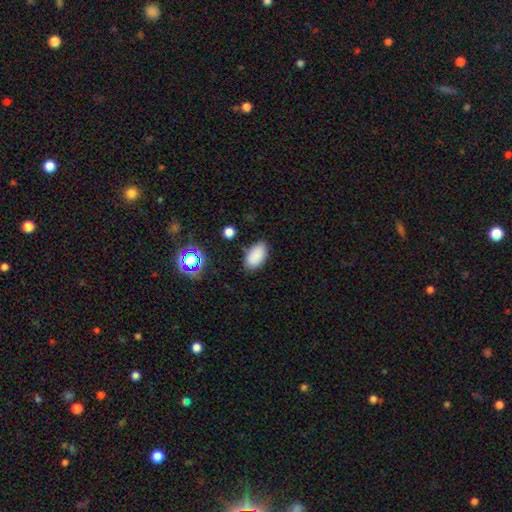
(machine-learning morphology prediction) Overall: smooth (86%). How rounded: in between (94%). Merging: none (81%).